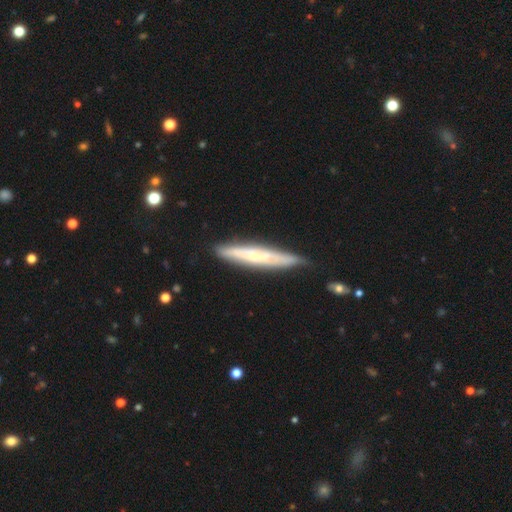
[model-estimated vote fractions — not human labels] Smooth or featured?
  - featured or disk: 54% *
  - smooth: 40%
  - star or artifact: 6%
Edge-on disk?
  - yes: 82% *
  - no: 18%
Merging?
  - none: 78% *
  - minor disturbance: 17%
  - major disturbance: 3%
  - merger: 2%